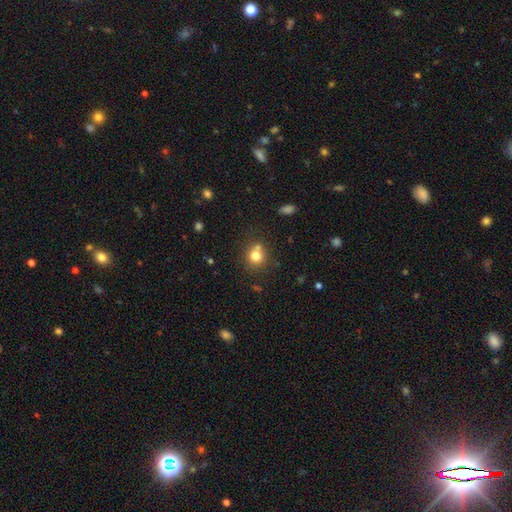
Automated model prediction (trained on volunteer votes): smooth-or-featured: smooth: 75% | star or artifact: 14% | featured or disk: 11%
  how-rounded: round: 86% | in between: 13% | cigar-shaped: 1%
  merging: none: 61% | merger: 25% | minor disturbance: 10% | major disturbance: 4%